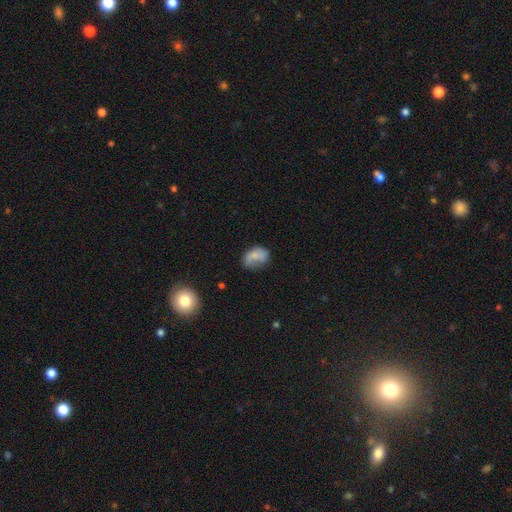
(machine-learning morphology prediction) Smooth or featured?
  - smooth: 71% *
  - featured or disk: 19%
  - star or artifact: 10%
How rounded?
  - in between: 77% *
  - round: 22%
  - cigar-shaped: 1%
Merging?
  - none: 41% *
  - minor disturbance: 34%
  - major disturbance: 18%
  - merger: 7%